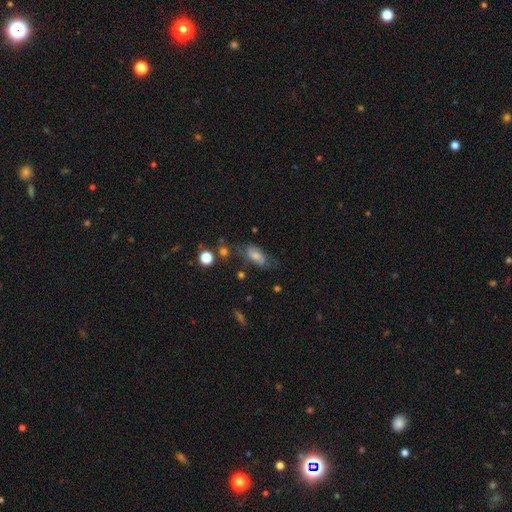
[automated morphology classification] This appears to be a smooth galaxy with no disk features (50%). Merging: none (52%).